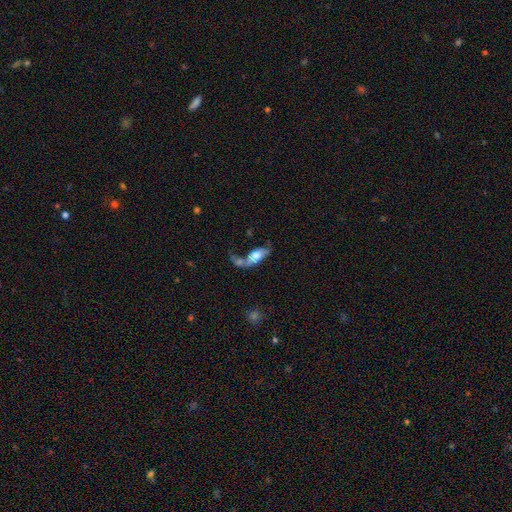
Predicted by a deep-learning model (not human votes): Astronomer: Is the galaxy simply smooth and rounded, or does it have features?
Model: smooth — 55% (runner-up: featured or disk, 37%).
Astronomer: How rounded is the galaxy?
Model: in between — 77%.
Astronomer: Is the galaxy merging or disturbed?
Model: merger — 37% (runner-up: none, 30%).